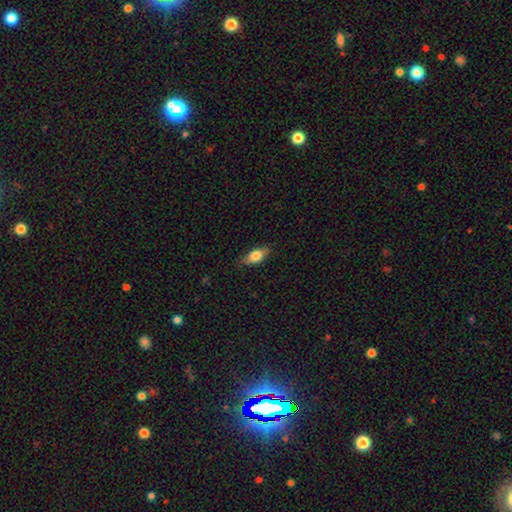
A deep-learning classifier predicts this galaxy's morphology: smooth 69%, featured or disk 24%, star or artifact 7%. Down the decision tree: how rounded — in between (79%); merging — none (81%).